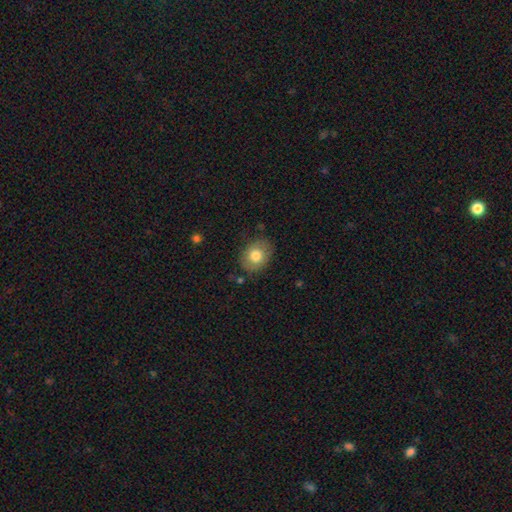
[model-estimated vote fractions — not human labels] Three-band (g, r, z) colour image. It shows a smooth galaxy with no disk features (76%) that is in between round and cigar-shaped (52%). Merging: none (82%).